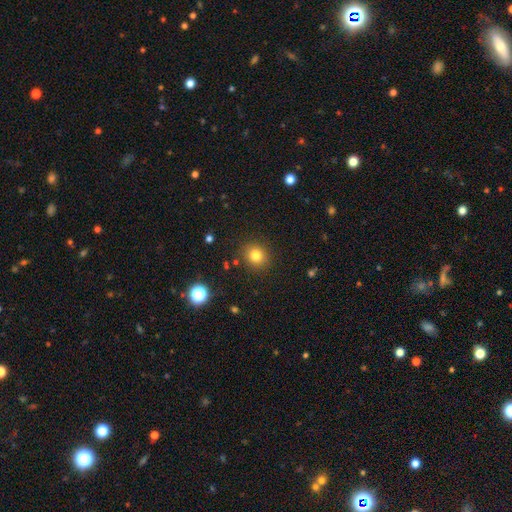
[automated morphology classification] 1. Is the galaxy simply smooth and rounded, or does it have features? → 80% smooth, 13% star or artifact, 6% featured or disk.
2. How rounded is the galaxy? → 85% round, 14% in between, 1% cigar-shaped.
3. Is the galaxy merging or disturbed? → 89% none, 7% minor disturbance, 3% major disturbance, 2% merger.